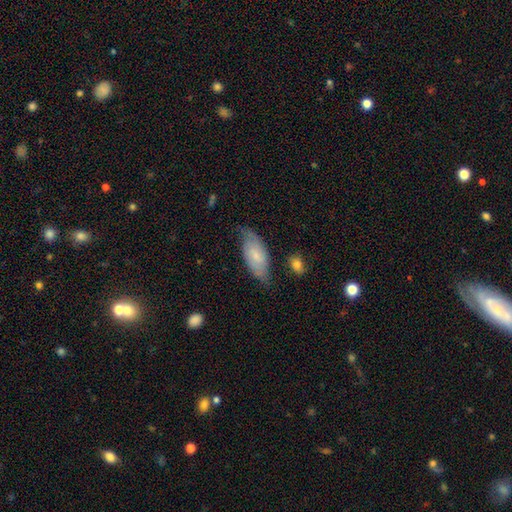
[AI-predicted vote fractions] Smooth or featured? Predicted: smooth (p=0.52). How rounded? Predicted: in between (p=0.86). Merging? Predicted: none (p=0.62).